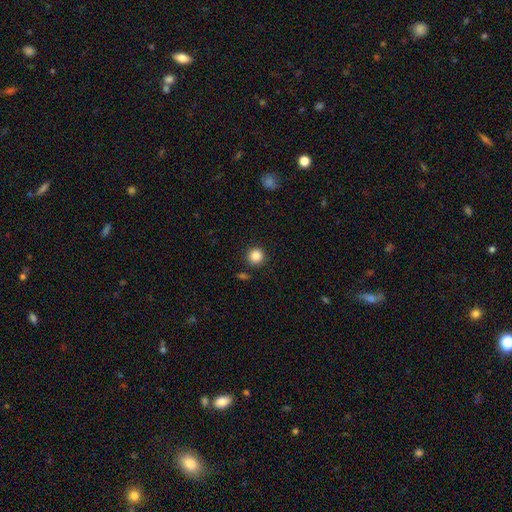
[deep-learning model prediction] Smooth or featured: smooth — 86% (star or artifact — 10%)
How rounded: round — 95% (in between — 4%)
Merging: none — 89% (minor disturbance — 6%)